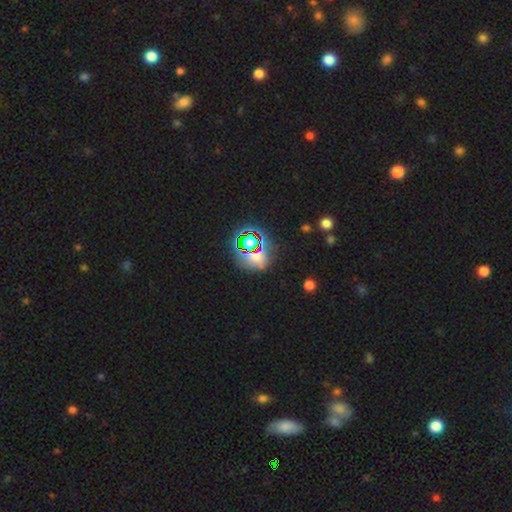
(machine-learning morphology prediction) smooth_or_featured: star or artifact (p=0.51) [alt: smooth p=0.34]